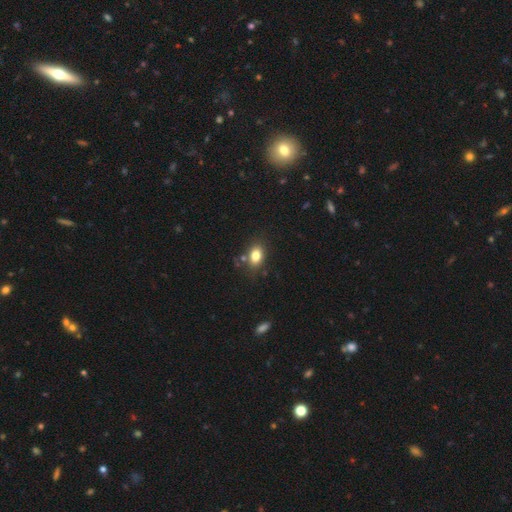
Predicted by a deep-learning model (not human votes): smooth-or-featured: smooth: 81% | star or artifact: 10% | featured or disk: 9%
  how-rounded: in between: 77% | round: 21% | cigar-shaped: 2%
  merging: none: 77% | minor disturbance: 13% | merger: 6% | major disturbance: 4%